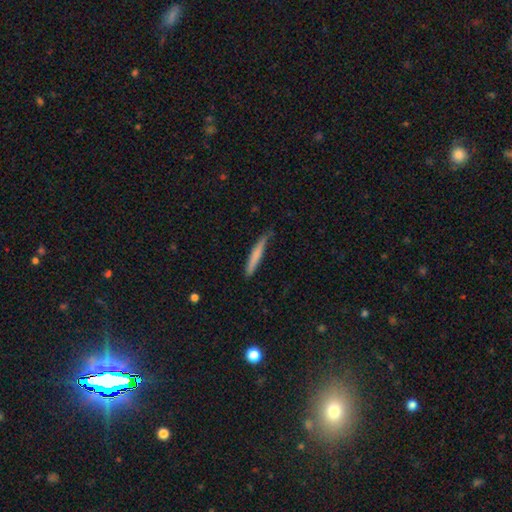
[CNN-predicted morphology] Q: Smooth or featured?
A: smooth (71%); runner-up: featured or disk (23%)
Q: How rounded?
A: cigar-shaped (96%); runner-up: in between (3%)
Q: Merging?
A: none (77%); runner-up: minor disturbance (19%)